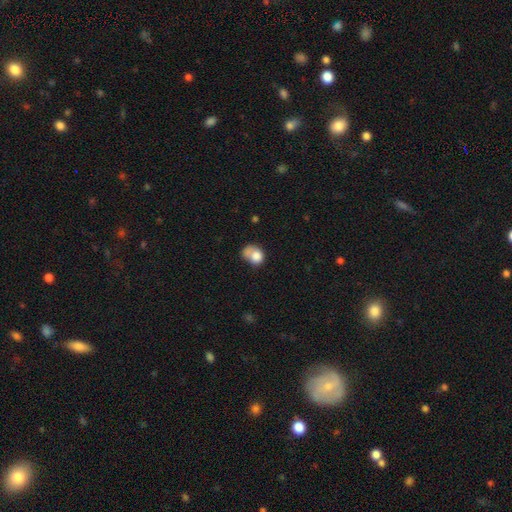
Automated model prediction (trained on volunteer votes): Smooth or featured: smooth — 78% (featured or disk — 13%)
How rounded: round — 56% (in between — 43%)
Merging: none — 32% (merger — 26%)